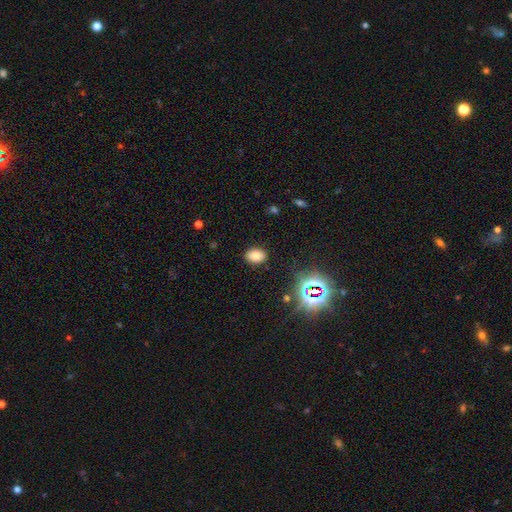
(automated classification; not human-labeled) smooth_or_featured: smooth (p=0.76) [alt: star or artifact p=0.16]
how_rounded: in between (p=0.77) [alt: round p=0.22]
merging: none (p=0.87) [alt: minor disturbance p=0.09]